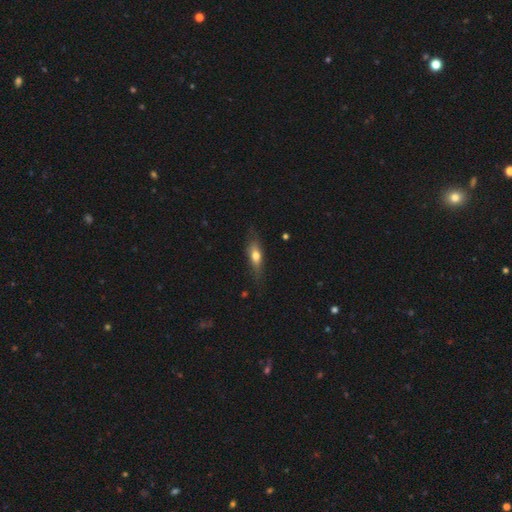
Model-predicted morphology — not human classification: type=smooth (60%); roundness=in between (52%); merging=none (70%).